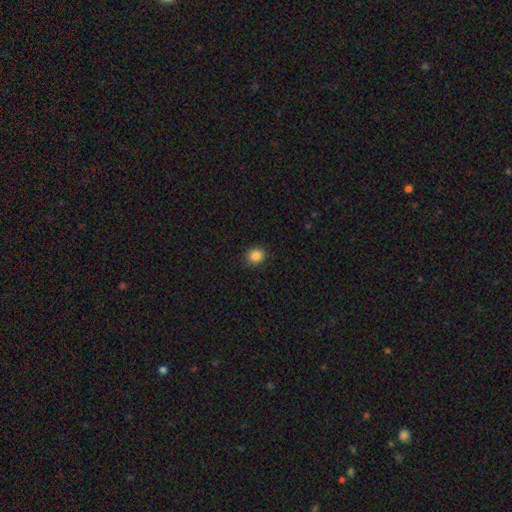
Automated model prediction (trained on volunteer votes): Smooth or featured? smooth (87%)
How rounded? round (79%)
Merging? none (90%)